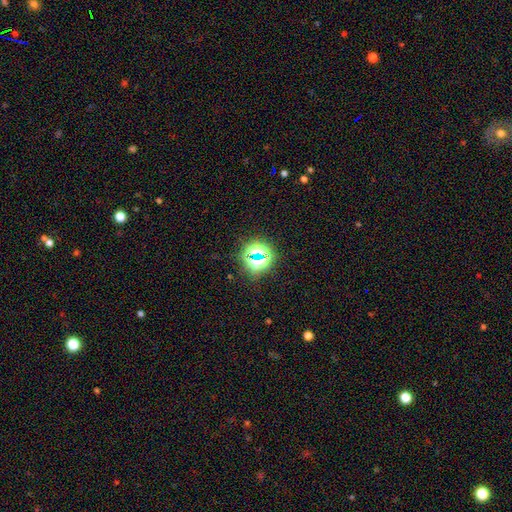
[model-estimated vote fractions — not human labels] The model was most divided on "smooth or featured": star or artifact: 67%, smooth: 24%, featured or disk: 10%.